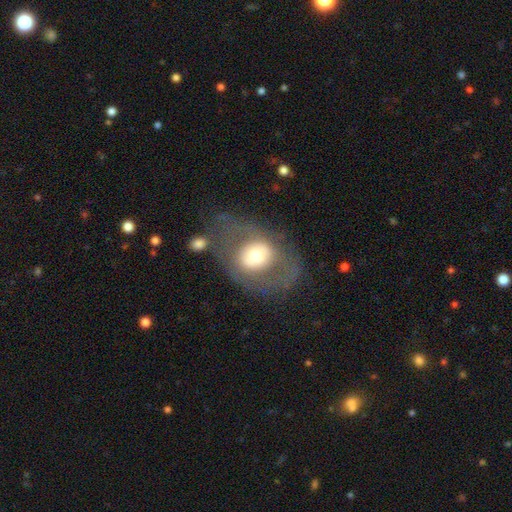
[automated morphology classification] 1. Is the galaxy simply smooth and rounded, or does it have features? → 48% featured or disk, 44% smooth, 8% star or artifact.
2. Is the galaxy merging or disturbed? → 55% none, 20% major disturbance, 17% minor disturbance, 8% merger.